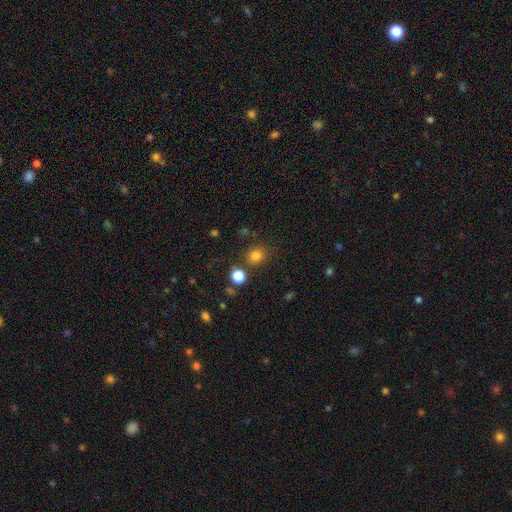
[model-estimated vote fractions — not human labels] smooth 80%, star or artifact 15%, featured or disk 5%. Down the decision tree: how rounded — round (83%); merging — none (78%).